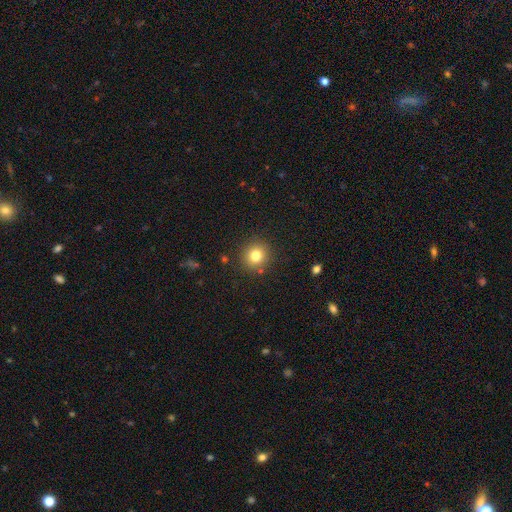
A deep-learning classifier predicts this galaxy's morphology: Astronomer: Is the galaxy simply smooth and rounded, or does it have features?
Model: smooth — 79%.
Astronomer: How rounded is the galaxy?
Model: round — 89%.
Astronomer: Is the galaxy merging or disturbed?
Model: none — 88%.